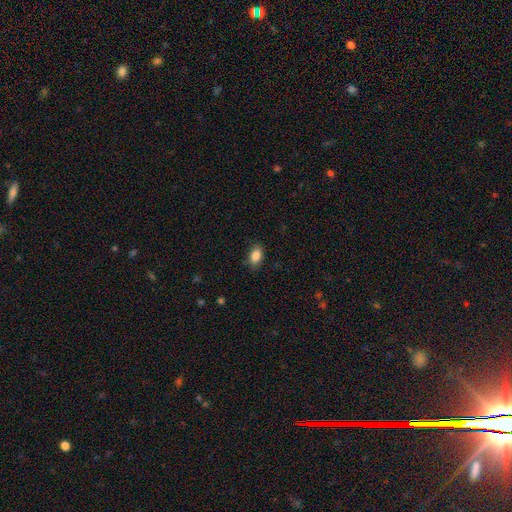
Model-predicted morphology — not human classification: Smooth or featured? Predicted: smooth (p=0.86). How rounded? Predicted: in between (p=0.89). Merging? Predicted: none (p=0.83).